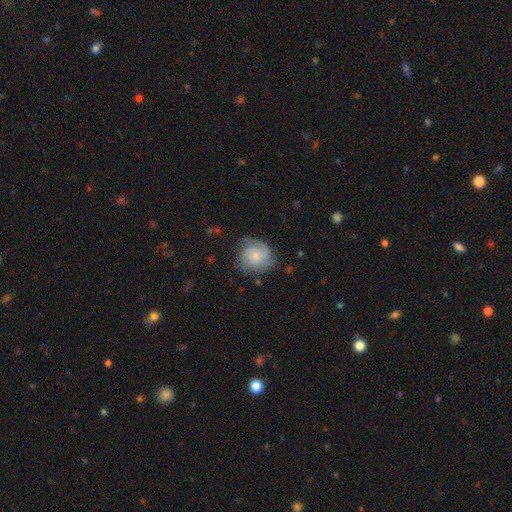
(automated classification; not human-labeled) Smooth or featured? Predicted: featured or disk (p=0.56). Edge-on disk? Predicted: no (p=0.98). Bar? Predicted: no (p=0.77). Spiral arms? Predicted: yes (p=0.91). Bulge size? Predicted: small (p=0.55). Merging? Predicted: none (p=0.69).